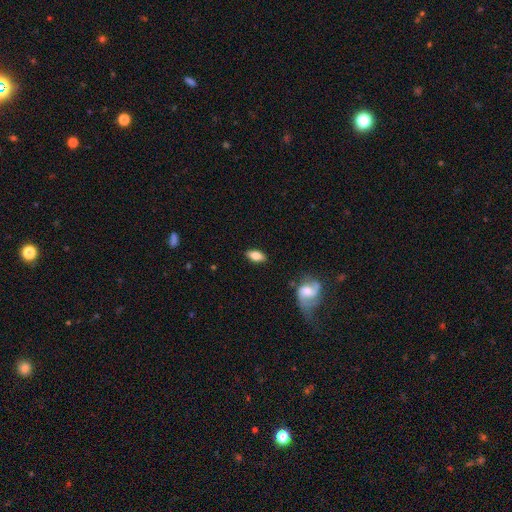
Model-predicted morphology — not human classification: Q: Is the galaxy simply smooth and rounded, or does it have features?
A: smooth — 74%.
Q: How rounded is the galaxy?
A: in between — 86%.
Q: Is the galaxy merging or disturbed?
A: none — 84%.